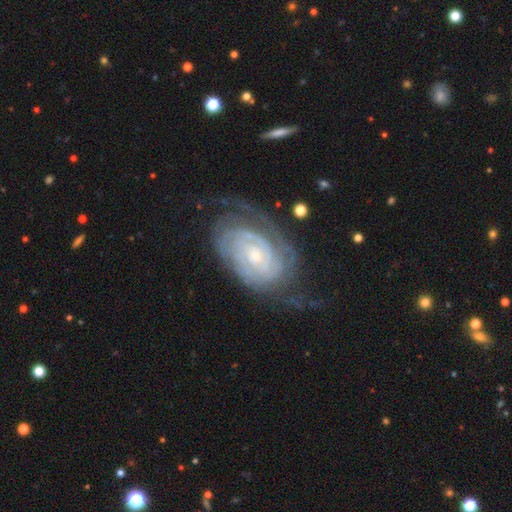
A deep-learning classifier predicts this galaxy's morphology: Q: Smooth or featured?
A: featured or disk (89%); runner-up: smooth (6%)
Q: Edge-on disk?
A: no (96%); runner-up: yes (4%)
Q: Bar?
A: no (68%); runner-up: weak (25%)
Q: Spiral arms?
A: yes (97%); runner-up: no (3%)
Q: Spiral winding?
A: tight (79%); runner-up: medium (17%)
Q: Spiral arm count?
A: 2 (34%); runner-up: can't tell (32%)
Q: Bulge size?
A: small (68%); runner-up: moderate (28%)
Q: Merging?
A: none (62%); runner-up: minor disturbance (21%)